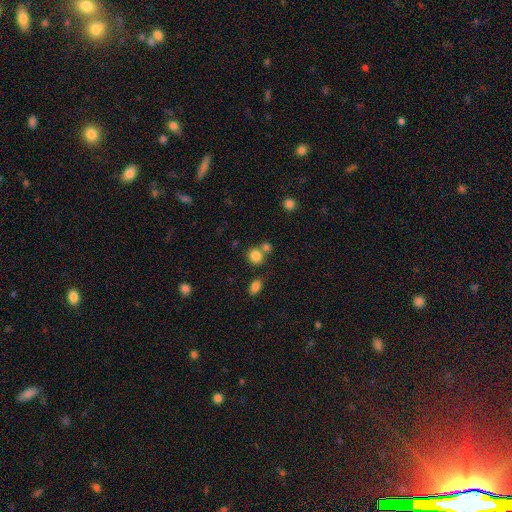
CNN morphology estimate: This is clearly a smooth galaxy (83%). How rounded: likely round (77%). Merging: possibly none (59%).